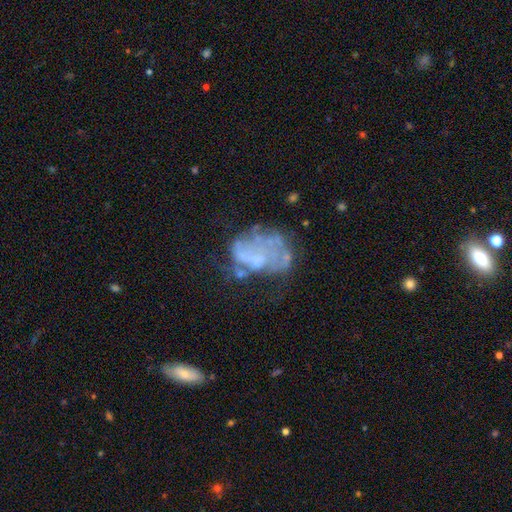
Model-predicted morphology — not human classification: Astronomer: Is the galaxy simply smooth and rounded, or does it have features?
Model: featured or disk — 63%.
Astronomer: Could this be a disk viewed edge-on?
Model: no — 98%.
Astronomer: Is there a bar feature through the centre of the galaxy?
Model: no — 84%.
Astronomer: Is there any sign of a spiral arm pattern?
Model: no — 70%.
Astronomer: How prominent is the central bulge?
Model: none — 68%.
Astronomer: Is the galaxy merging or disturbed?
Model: major disturbance — 35% (runner-up: none, 33%).